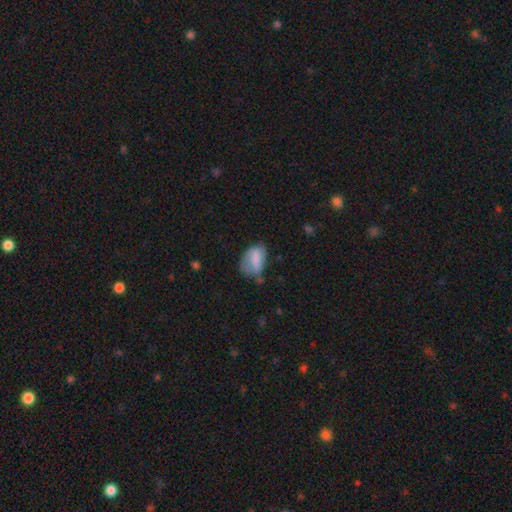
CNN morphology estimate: Overall: smooth (70%). How rounded: in between (84%). Merging: minor disturbance (38%; none 34%).